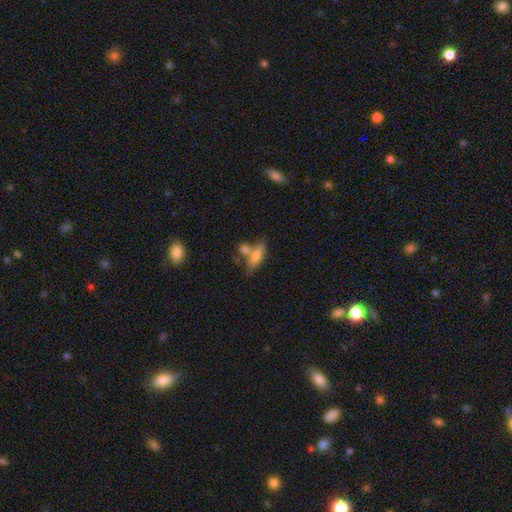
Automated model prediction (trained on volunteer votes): Overall: smooth (70%). How rounded: in between (63%; cigar-shaped 33%). Merging: none (48%; merger 33%).